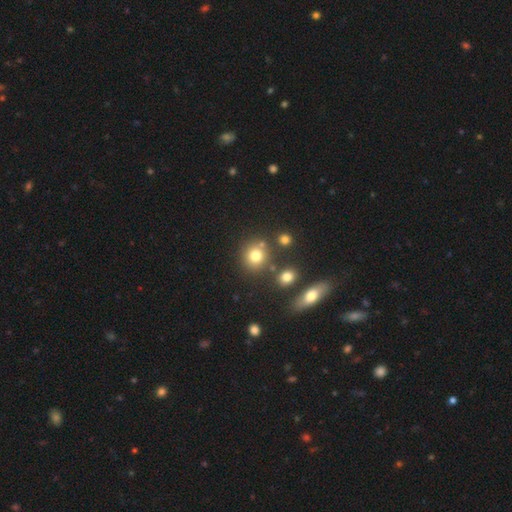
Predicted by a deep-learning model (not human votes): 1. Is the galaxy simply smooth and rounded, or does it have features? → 77% smooth, 14% star or artifact, 10% featured or disk.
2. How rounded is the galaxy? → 84% round, 15% in between, 1% cigar-shaped.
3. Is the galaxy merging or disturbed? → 74% none, 12% merger, 10% minor disturbance, 4% major disturbance.